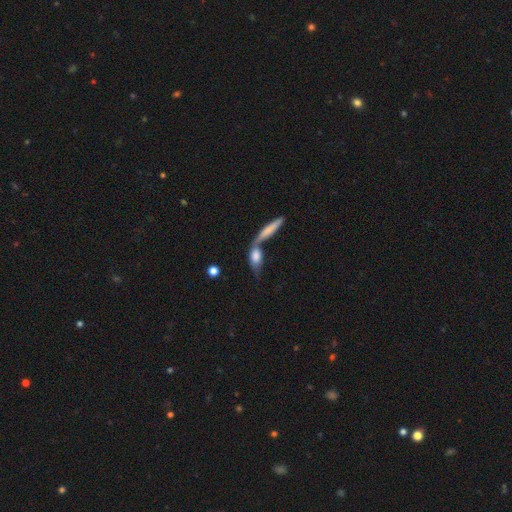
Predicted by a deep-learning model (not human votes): Smooth or featured? Predicted: smooth (p=0.64). How rounded? Predicted: in between (p=0.62). Merging? Predicted: merger (p=0.52).